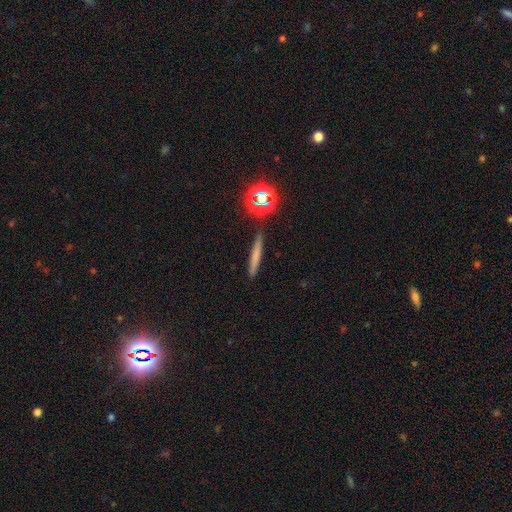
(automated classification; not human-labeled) Smooth or featured?
  - smooth: 61% *
  - featured or disk: 24%
  - star or artifact: 15%
How rounded?
  - cigar-shaped: 93% *
  - in between: 4%
  - round: 3%
Merging?
  - none: 88% *
  - minor disturbance: 8%
  - merger: 2%
  - major disturbance: 2%